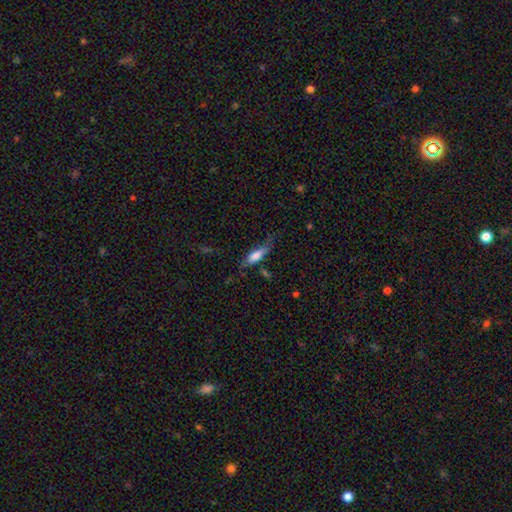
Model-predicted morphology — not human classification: smooth_or_featured: smooth (p=0.67) [alt: featured or disk p=0.27]
how_rounded: cigar-shaped (p=0.51) [alt: in between p=0.46]
merging: none (p=0.57) [alt: minor disturbance p=0.28]